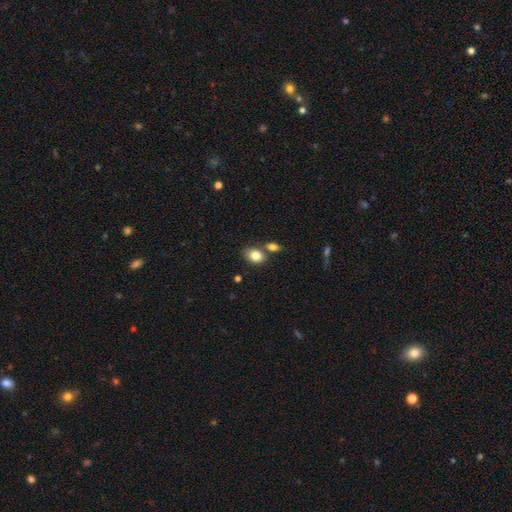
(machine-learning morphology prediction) Overall: smooth (82%). How rounded: in between (73%). Merging: none (61%; merger 24%).